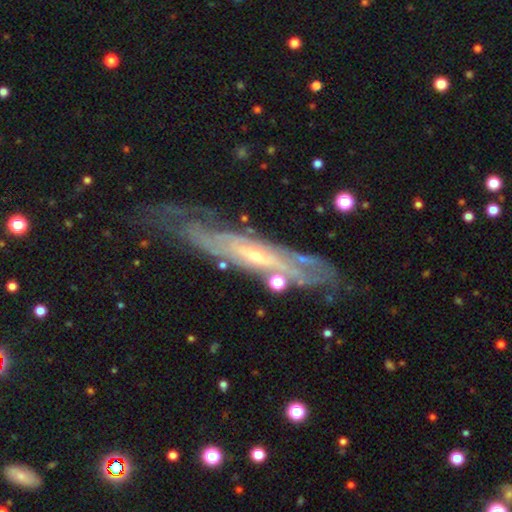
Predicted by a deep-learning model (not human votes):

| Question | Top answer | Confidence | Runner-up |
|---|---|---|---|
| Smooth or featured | featured or disk | 82% | smooth (11%) |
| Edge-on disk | no | 64% | yes (36%) |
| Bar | no | 64% | weak (26%) |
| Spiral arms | yes | 87% | no (13%) |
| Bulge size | small | 76% | moderate (20%) |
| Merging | none | 68% | minor disturbance (21%) |